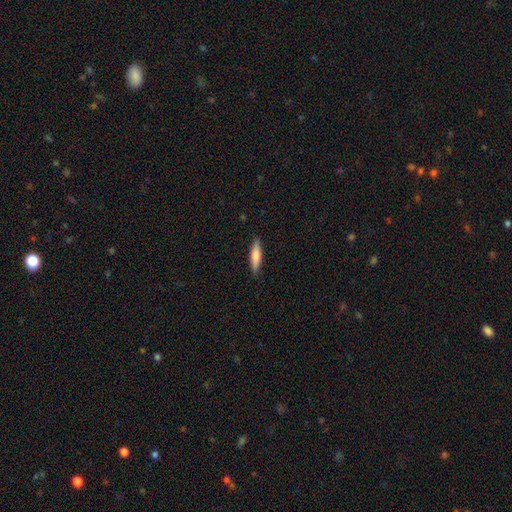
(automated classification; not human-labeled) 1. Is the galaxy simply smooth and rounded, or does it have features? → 73% smooth, 22% featured or disk, 6% star or artifact.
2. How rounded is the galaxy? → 77% cigar-shaped, 21% in between, 2% round.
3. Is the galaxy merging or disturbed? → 88% none, 9% minor disturbance, 2% major disturbance, 1% merger.